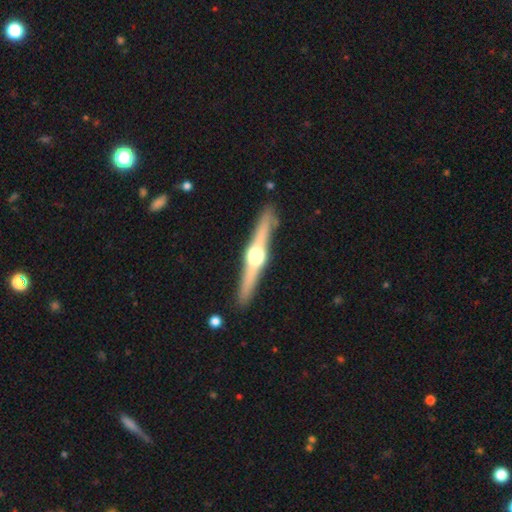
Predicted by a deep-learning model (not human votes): smooth_or_featured: featured or disk (p=0.77) [alt: smooth p=0.18]
disk_edge_on: yes (p=0.97) [alt: no p=0.03]
edge_on_bulge: rounded (p=0.96) [alt: boxy p=0.03]
merging: none (p=0.89) [alt: minor disturbance p=0.08]